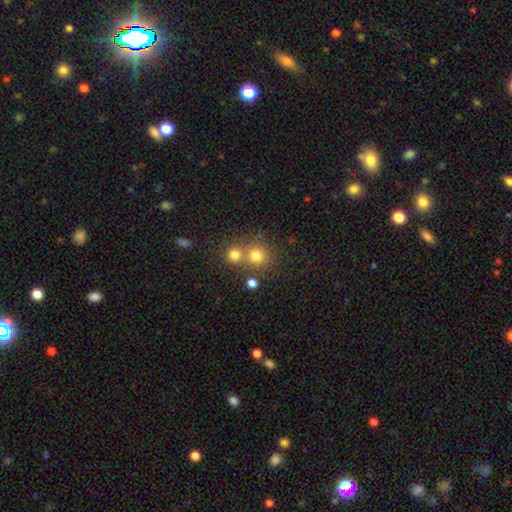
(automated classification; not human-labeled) Smooth or featured?
  - smooth: 75% *
  - star or artifact: 15%
  - featured or disk: 9%
How rounded?
  - round: 90% *
  - in between: 9%
  - cigar-shaped: 1%
Merging?
  - none: 59% *
  - merger: 32%
  - minor disturbance: 6%
  - major disturbance: 3%